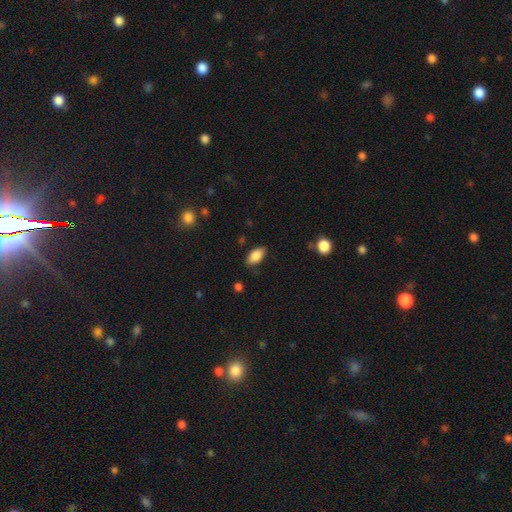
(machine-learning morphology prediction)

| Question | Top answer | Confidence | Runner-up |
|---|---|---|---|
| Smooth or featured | smooth | 85% | star or artifact (7%) |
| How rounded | in between | 92% | cigar-shaped (5%) |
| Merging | none | 82% | minor disturbance (14%) |